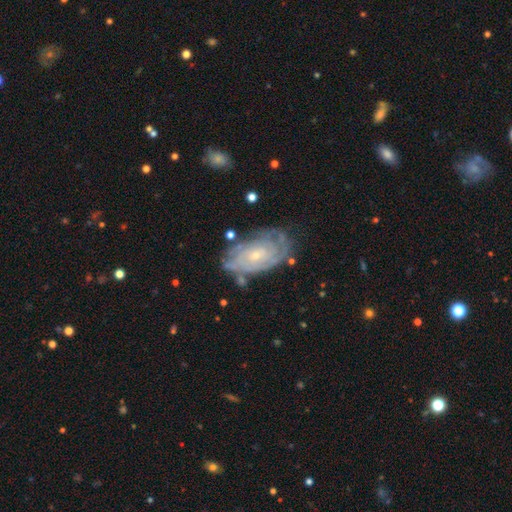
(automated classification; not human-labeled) Q: Smooth or featured?
A: featured or disk (81%); runner-up: smooth (13%)
Q: Edge-on disk?
A: no (95%); runner-up: yes (5%)
Q: Bar?
A: no (74%); runner-up: weak (22%)
Q: Spiral arms?
A: yes (92%); runner-up: no (8%)
Q: Spiral winding?
A: tight (77%); runner-up: medium (18%)
Q: Spiral arm count?
A: can't tell (47%); runner-up: 2 (18%)
Q: Bulge size?
A: small (75%); runner-up: moderate (20%)
Q: Merging?
A: none (66%); runner-up: minor disturbance (22%)